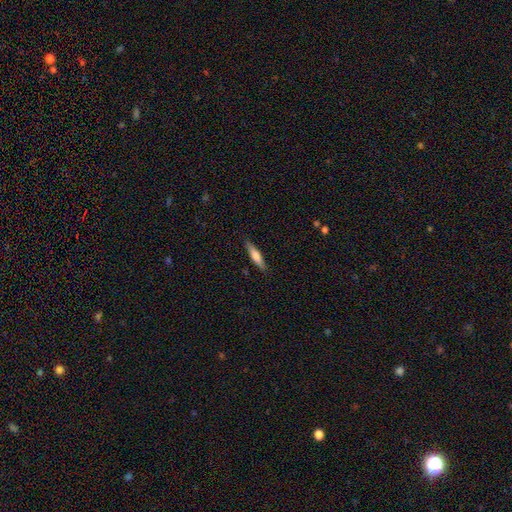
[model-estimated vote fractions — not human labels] This is likely a smooth galaxy (62%). How rounded: clearly cigar-shaped (84%). Merging: clearly none (88%).